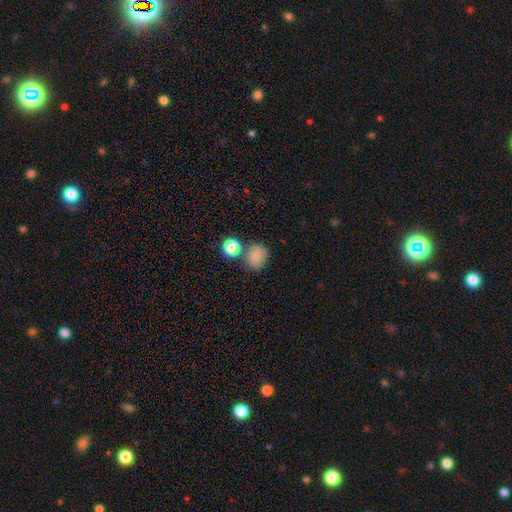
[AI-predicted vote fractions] A smooth galaxy with no disk features (81%) that is round (72%).

Vote fractions:
- Smooth or featured? smooth: 81% / star or artifact: 12% / featured or disk: 7%
- How rounded? round: 72% / in between: 27% / cigar-shaped: 1%
- Merging? none: 64% / merger: 16% / minor disturbance: 15% / major disturbance: 5%